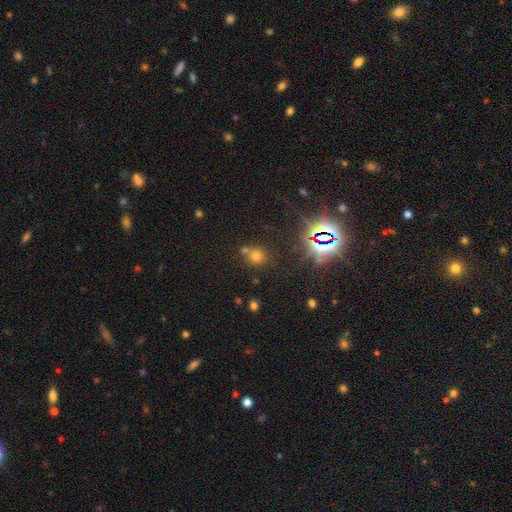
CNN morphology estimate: A star or artifact, not a galaxy (48%).